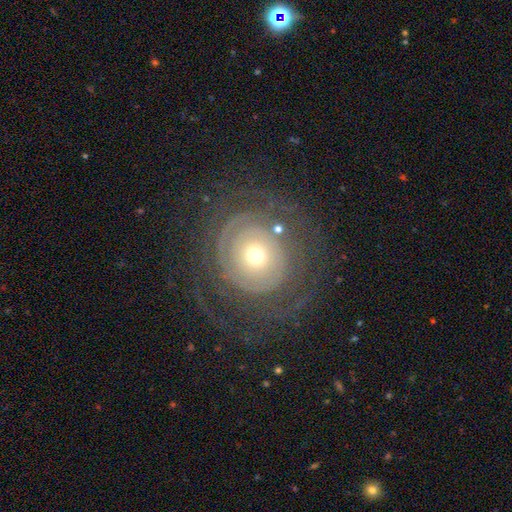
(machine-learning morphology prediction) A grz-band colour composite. It shows a featured or disk galaxy (72%) with no bar (86%), tight (71%) spiral arms (79%) and a moderate central bulge (48%). Merging: none (65%).